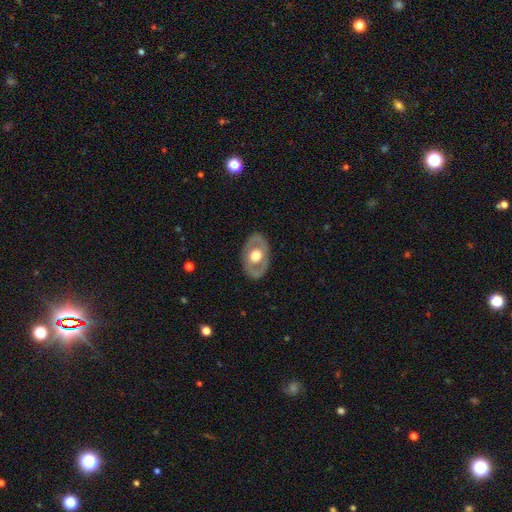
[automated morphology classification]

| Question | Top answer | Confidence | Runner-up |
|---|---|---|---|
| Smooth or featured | featured or disk | 59% | smooth (36%) |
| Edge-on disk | no | 90% | yes (10%) |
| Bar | no | 83% | weak (13%) |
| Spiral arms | no | 79% | yes (21%) |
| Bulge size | moderate | 56% | large (39%) |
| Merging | none | 84% | minor disturbance (11%) |